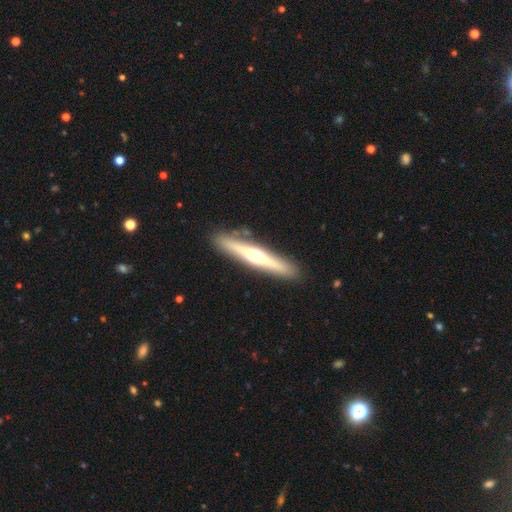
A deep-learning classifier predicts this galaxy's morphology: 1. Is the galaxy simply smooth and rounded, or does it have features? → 63% featured or disk, 32% smooth, 5% star or artifact.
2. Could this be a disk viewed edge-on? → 96% yes, 4% no.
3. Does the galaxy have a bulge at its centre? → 89% rounded, 7% none, 4% boxy.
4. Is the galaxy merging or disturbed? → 87% none, 9% minor disturbance, 2% merger, 2% major disturbance.